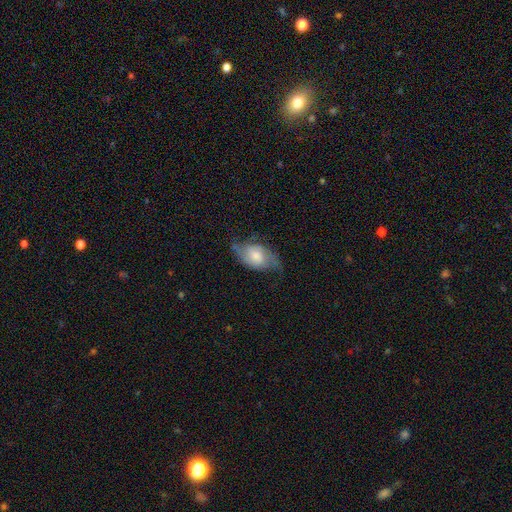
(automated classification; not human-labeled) A featured or disk galaxy (59%) with no bar (63%), spiral arms (85%) and a moderate central bulge (45%).

Vote fractions:
- Smooth or featured? featured or disk: 59% / smooth: 33% / star or artifact: 7%
- Edge-on disk? no: 94% / yes: 6%
- Bar? no: 63% / weak: 31% / strong: 6%
- Spiral arms? yes: 85% / no: 15%
- Bulge size? moderate: 45% / small: 25% / large: 19% / none: 8% / dominant: 3%
- Merging? none: 52% / minor disturbance: 28% / major disturbance: 18% / merger: 2%